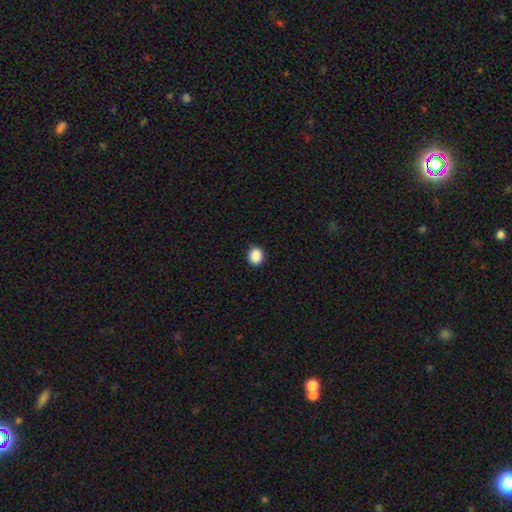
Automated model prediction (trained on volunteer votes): Smooth or featured: smooth — 89% (star or artifact — 9%)
How rounded: round — 74% (in between — 25%)
Merging: none — 90% (minor disturbance — 7%)